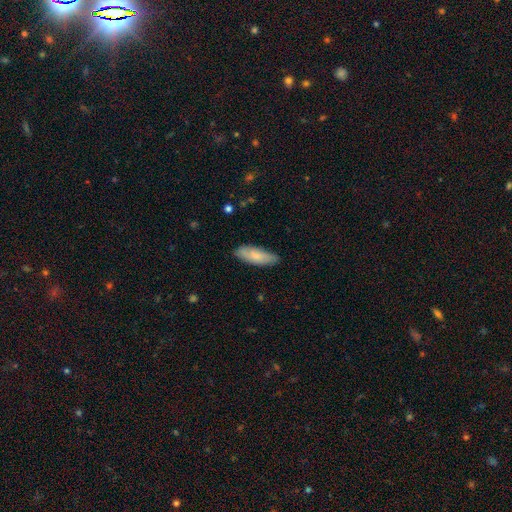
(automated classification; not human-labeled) A smooth galaxy with no disk features (79%) that is in between round and cigar-shaped (64%).

Vote fractions:
- Smooth or featured? smooth: 79% / featured or disk: 16% / star or artifact: 5%
- How rounded? in between: 64% / cigar-shaped: 35% / round: 2%
- Merging? none: 80% / minor disturbance: 16% / major disturbance: 2% / merger: 1%